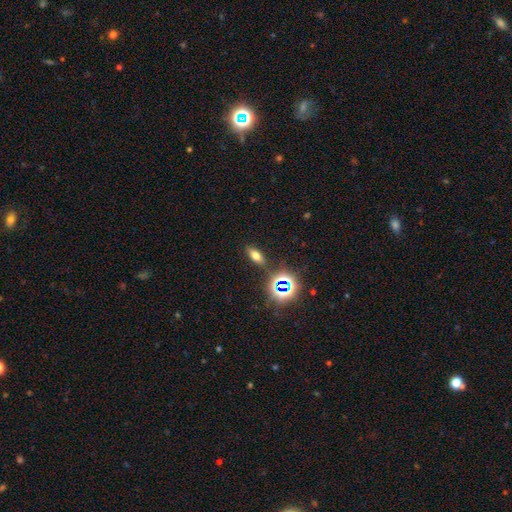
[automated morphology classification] This is likely a smooth galaxy (62%). How rounded: likely in between (76%). Merging: clearly none (85%).